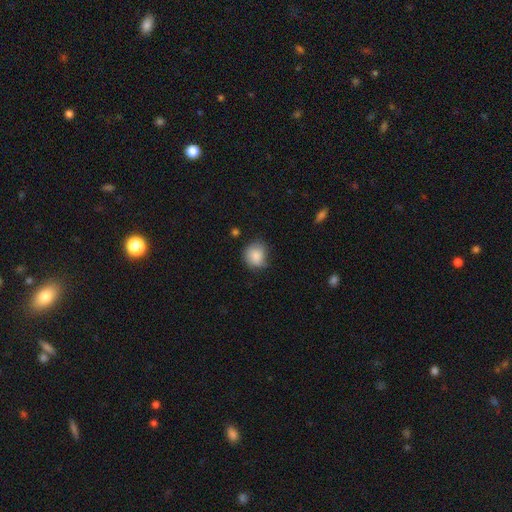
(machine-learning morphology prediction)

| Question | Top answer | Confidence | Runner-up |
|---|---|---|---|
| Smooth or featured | smooth | 82% | featured or disk (10%) |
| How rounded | round | 78% | in between (21%) |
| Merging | none | 62% | minor disturbance (29%) |